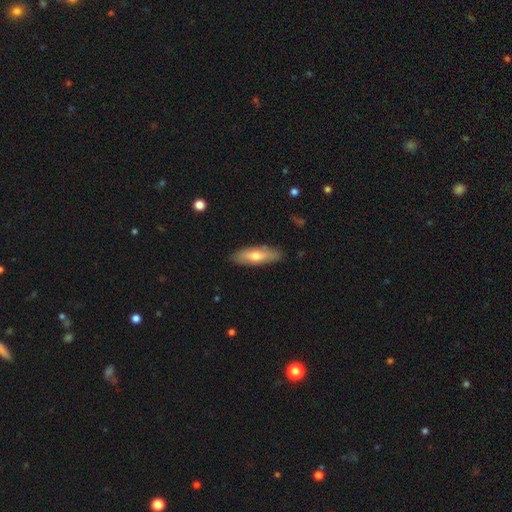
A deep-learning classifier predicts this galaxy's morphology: smooth 62%, featured or disk 33%, star or artifact 6%. Down the decision tree: how rounded — in between (52%); merging — none (84%).